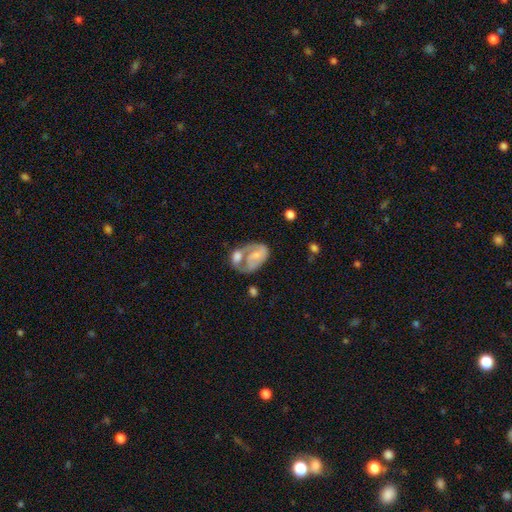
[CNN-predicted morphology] Smooth or featured: featured or disk — 52% (smooth — 41%)
Edge-on disk: no — 97% (yes — 3%)
Bar: no — 65% (weak — 27%)
Spiral arms: yes — 58% (no — 42%)
Bulge size: small — 37% (moderate — 31%)
Merging: merger — 49% (major disturbance — 20%)